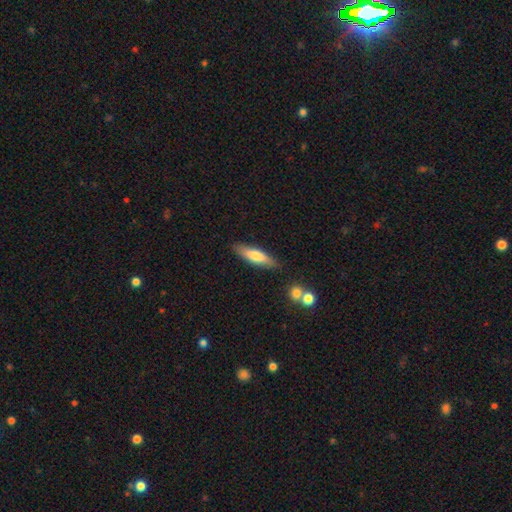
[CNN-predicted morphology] smooth-or-featured: smooth: 68% | featured or disk: 26% | star or artifact: 6%
  how-rounded: cigar-shaped: 67% | in between: 31% | round: 2%
  merging: none: 86% | minor disturbance: 10% | merger: 3% | major disturbance: 2%